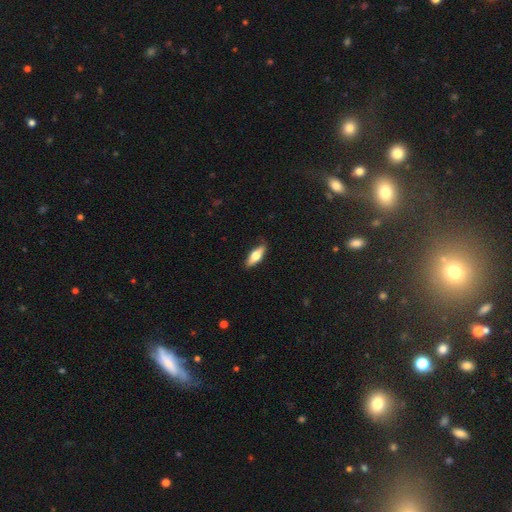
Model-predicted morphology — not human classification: Smooth or featured? smooth (59%)
How rounded? in between (60%)
Merging? none (85%)